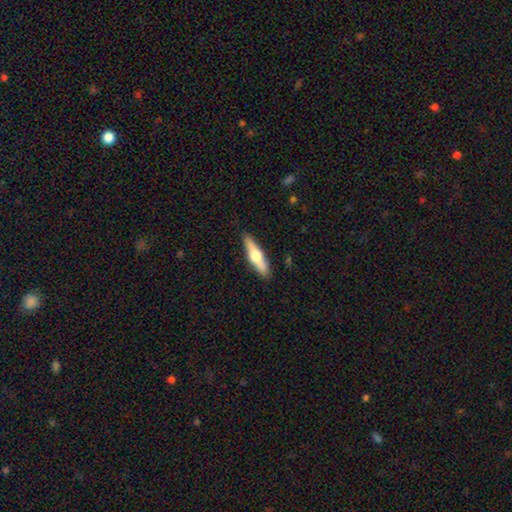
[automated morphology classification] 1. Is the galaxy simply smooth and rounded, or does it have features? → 51% featured or disk, 44% smooth, 5% star or artifact.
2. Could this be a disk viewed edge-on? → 92% yes, 8% no.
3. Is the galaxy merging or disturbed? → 87% none, 10% minor disturbance, 2% major disturbance, 2% merger.